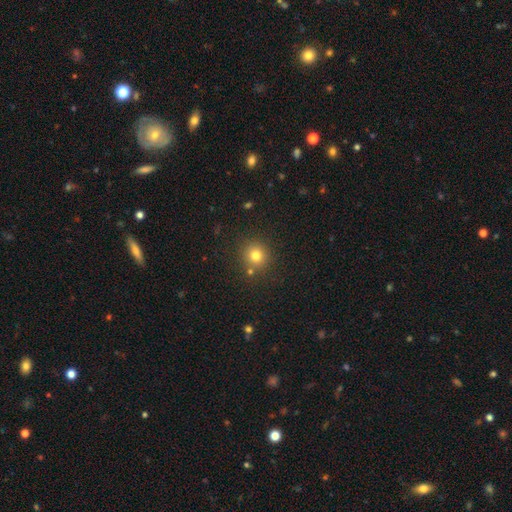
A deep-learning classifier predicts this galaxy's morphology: smooth-or-featured: smooth: 78% | star or artifact: 15% | featured or disk: 7%
  how-rounded: round: 92% | in between: 7% | cigar-shaped: 1%
  merging: none: 83% | minor disturbance: 8% | merger: 6% | major disturbance: 3%